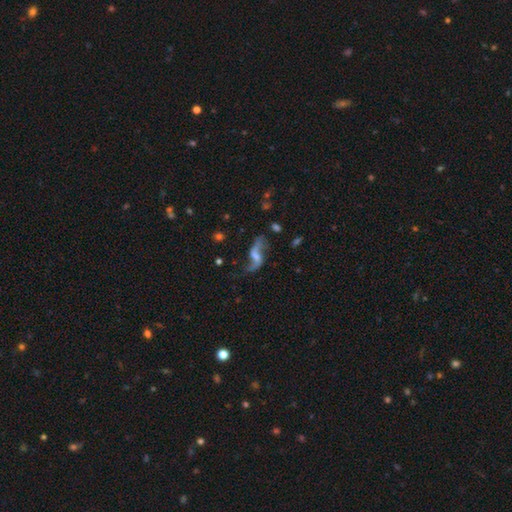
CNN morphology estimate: This appears to be a featured or disk galaxy (80%) with a weak bar (45%), 2 (91%) loose (93%) spiral arms (90%) and no central bulge (39%). Merging: none (60%).